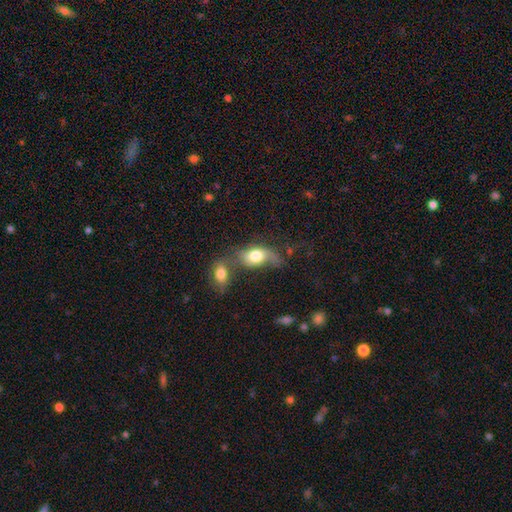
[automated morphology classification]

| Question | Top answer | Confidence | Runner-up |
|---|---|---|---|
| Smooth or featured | smooth | 70% | featured or disk (22%) |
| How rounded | in between | 84% | round (12%) |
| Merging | merger | 39% | none (25%) |